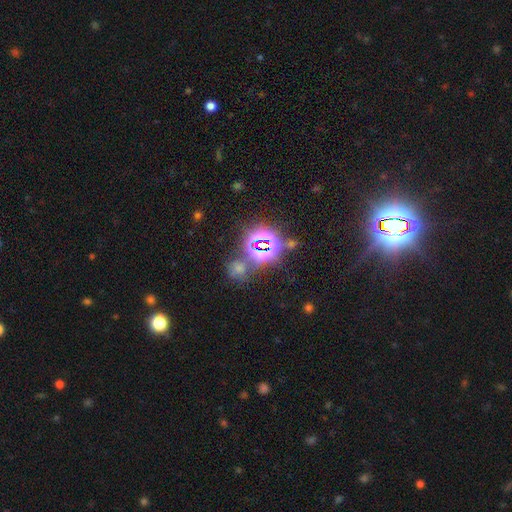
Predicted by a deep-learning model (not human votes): Smooth or featured?
  - star or artifact: 78% *
  - smooth: 13%
  - featured or disk: 8%